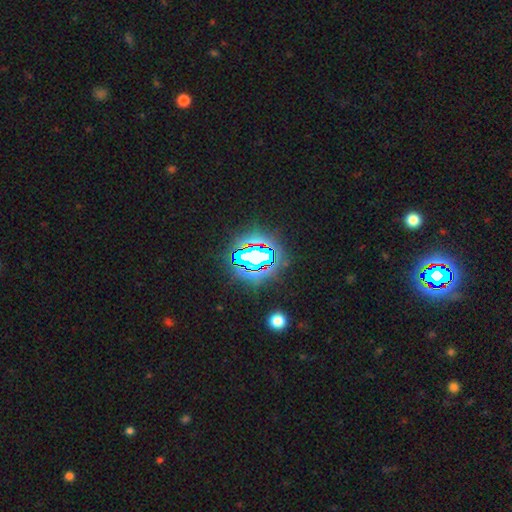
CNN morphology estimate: smooth-or-featured: star or artifact: 73% | smooth: 16% | featured or disk: 11%